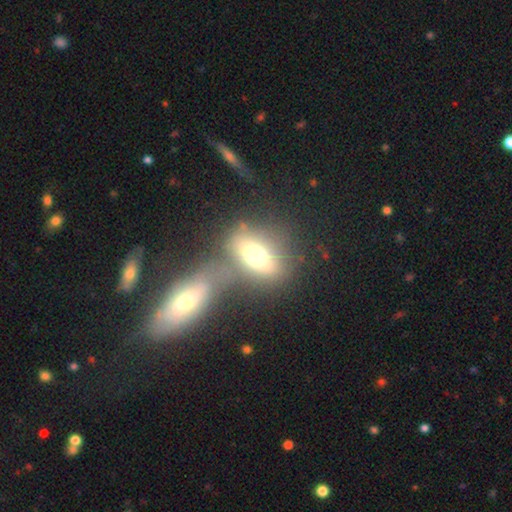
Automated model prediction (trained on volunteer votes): This appears to be a smooth galaxy with no disk features (63%) that is in between round and cigar-shaped (77%). Merging: merger (43%).